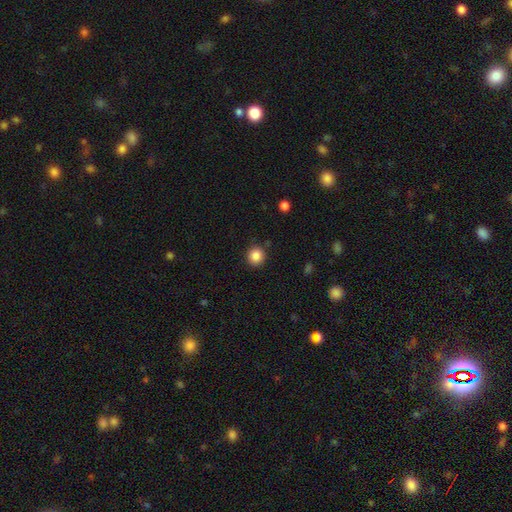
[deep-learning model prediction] Overall: smooth (86%). How rounded: round (93%). Merging: none (89%).